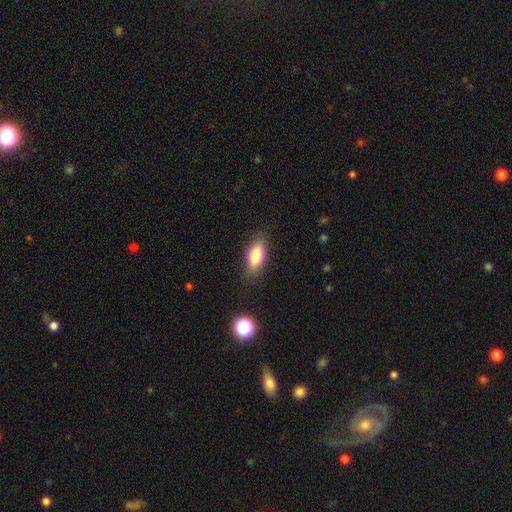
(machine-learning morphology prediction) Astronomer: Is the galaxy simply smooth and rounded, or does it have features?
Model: smooth — 79%.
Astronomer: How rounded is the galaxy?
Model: in between — 81%.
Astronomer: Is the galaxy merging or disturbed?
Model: none — 85%.